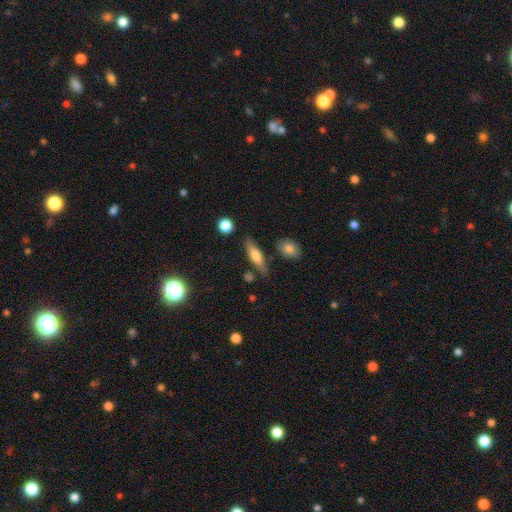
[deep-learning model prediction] Q: Smooth or featured?
A: smooth (59%); runner-up: featured or disk (34%)
Q: How rounded?
A: cigar-shaped (59%); runner-up: in between (37%)
Q: Merging?
A: none (77%); runner-up: minor disturbance (14%)